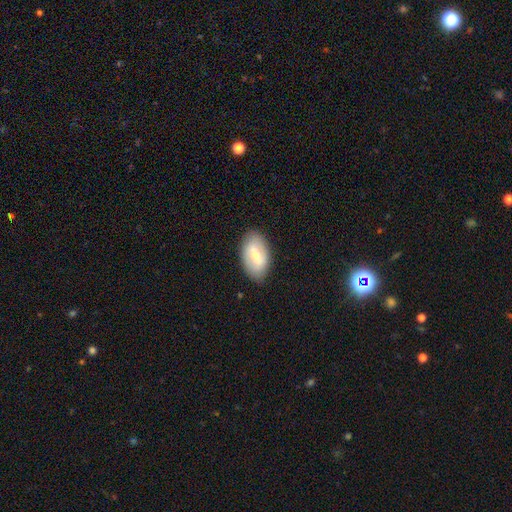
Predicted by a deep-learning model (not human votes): A featured or disk galaxy (52%).

Vote fractions:
- Smooth or featured? featured or disk: 52% / smooth: 42% / star or artifact: 6%
- Edge-on disk? no: 90% / yes: 10%
- Merging? none: 85% / minor disturbance: 11% / major disturbance: 3% / merger: 1%